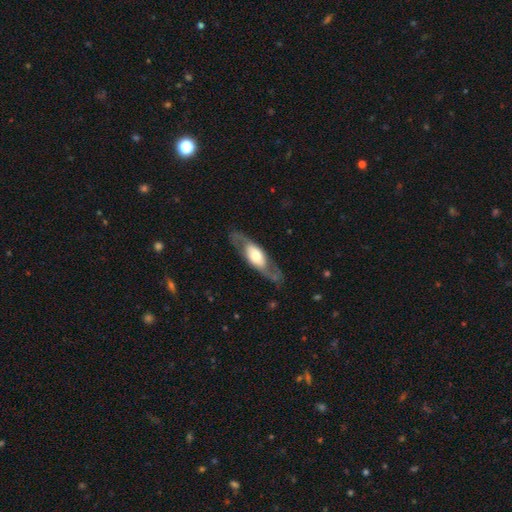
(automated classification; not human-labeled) A featured or disk galaxy (68%). Merging: none (77%).